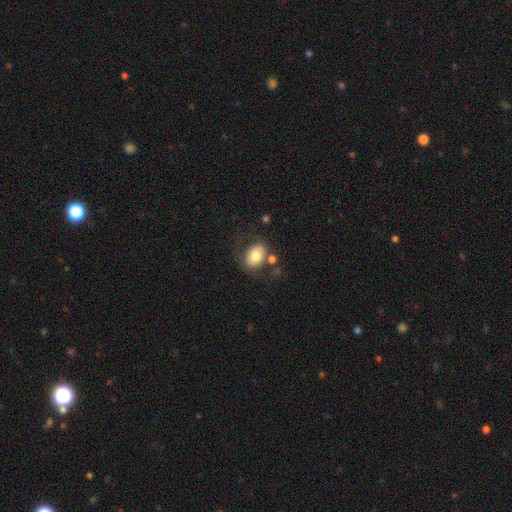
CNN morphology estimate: This appears to be a smooth galaxy with no disk features (75%) that is in between round and cigar-shaped (64%). Merging: none (62%).